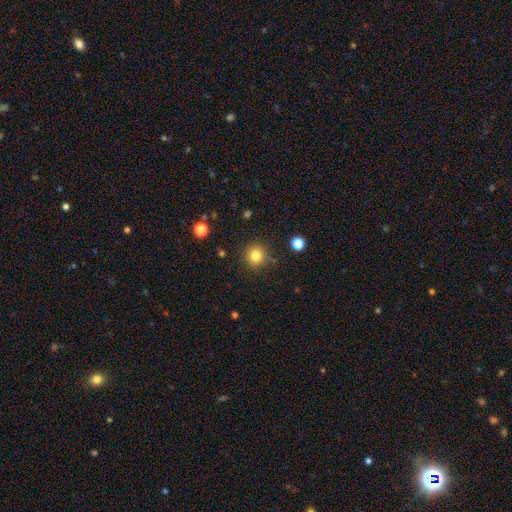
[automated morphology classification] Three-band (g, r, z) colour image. It shows a smooth galaxy with no disk features (81%) that is round (94%). Merging: none (85%).